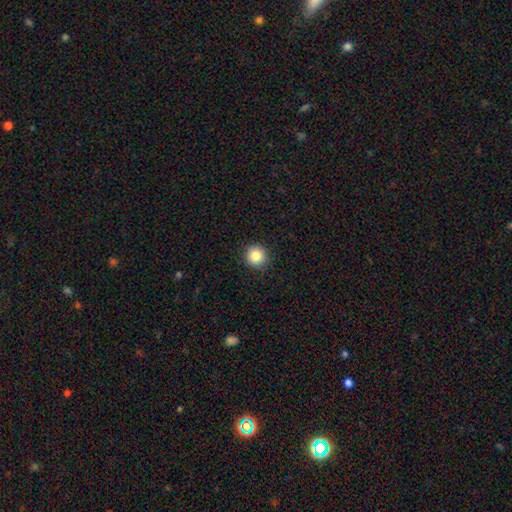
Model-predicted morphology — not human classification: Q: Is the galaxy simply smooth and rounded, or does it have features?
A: smooth — 84%.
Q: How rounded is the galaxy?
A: round — 94%.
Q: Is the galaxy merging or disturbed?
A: none — 92%.